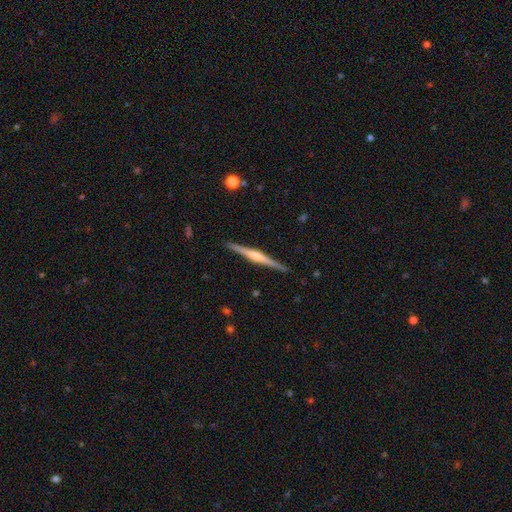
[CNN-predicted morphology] The model was most divided on "edge-on bulge": rounded: 73%, boxy: 17%, none: 10%. More confident: edge-on disk — yes (99%); merging — none (92%); smooth or featured — featured or disk (81%).